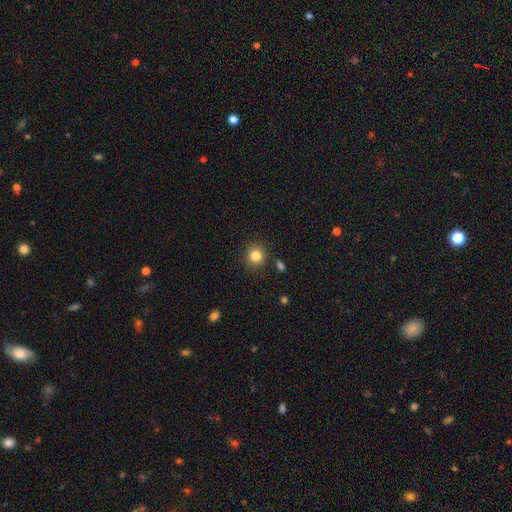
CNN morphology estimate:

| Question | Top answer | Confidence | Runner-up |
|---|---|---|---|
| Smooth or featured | smooth | 83% | star or artifact (12%) |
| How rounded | round | 89% | in between (10%) |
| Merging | none | 87% | minor disturbance (7%) |